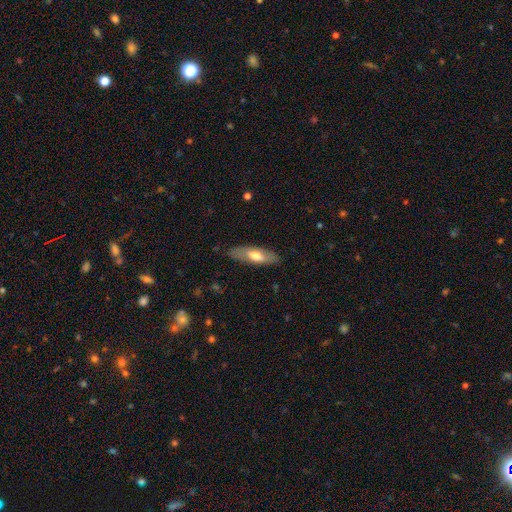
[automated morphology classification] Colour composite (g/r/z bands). It shows a smooth galaxy with no disk features (62%) that is in between round and cigar-shaped (59%). Merging: none (82%).